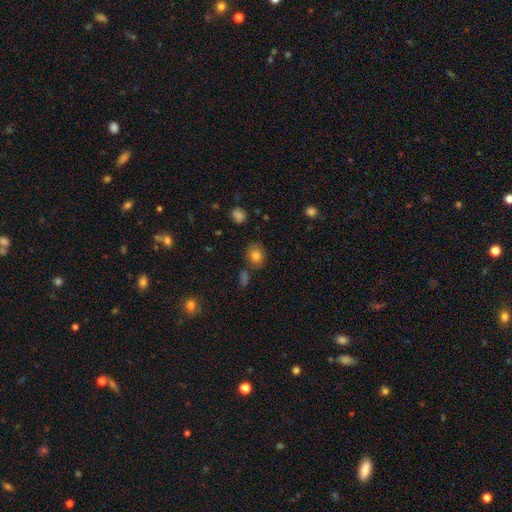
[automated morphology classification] Overall: smooth (81%). How rounded: round (55%; in between 44%). Merging: none (74%).